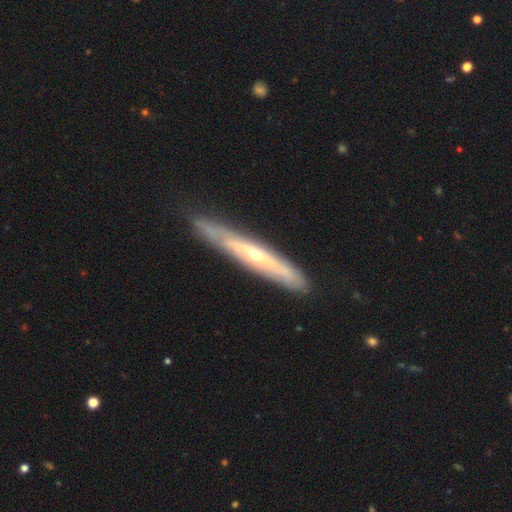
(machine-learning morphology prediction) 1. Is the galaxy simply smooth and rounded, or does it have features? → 73% featured or disk, 21% smooth, 6% star or artifact.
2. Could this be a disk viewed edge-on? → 76% yes, 24% no.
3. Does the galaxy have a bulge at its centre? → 72% rounded, 26% none, 3% boxy.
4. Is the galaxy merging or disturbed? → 77% none, 17% minor disturbance, 3% major disturbance, 2% merger.